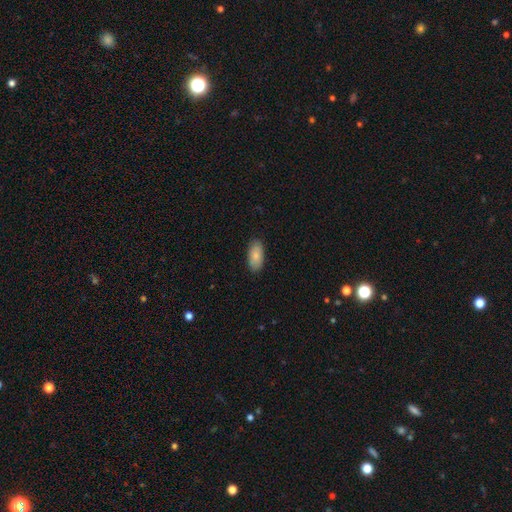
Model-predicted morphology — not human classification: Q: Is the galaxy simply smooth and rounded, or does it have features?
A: smooth — 84%.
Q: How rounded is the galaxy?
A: in between — 93%.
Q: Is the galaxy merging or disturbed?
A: none — 87%.